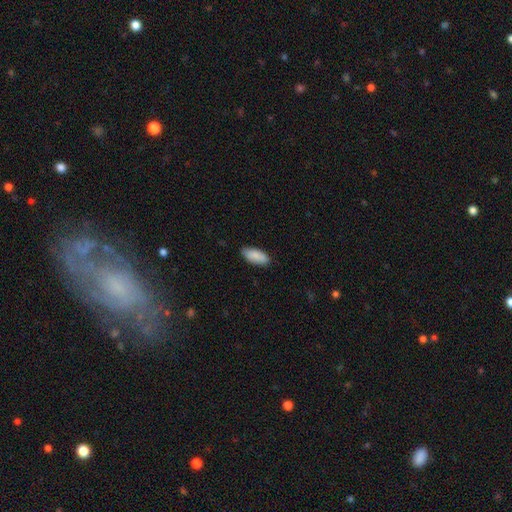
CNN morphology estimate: Smooth or featured? Predicted: smooth (p=0.87). How rounded? Predicted: in between (p=0.86). Merging? Predicted: none (p=0.85).